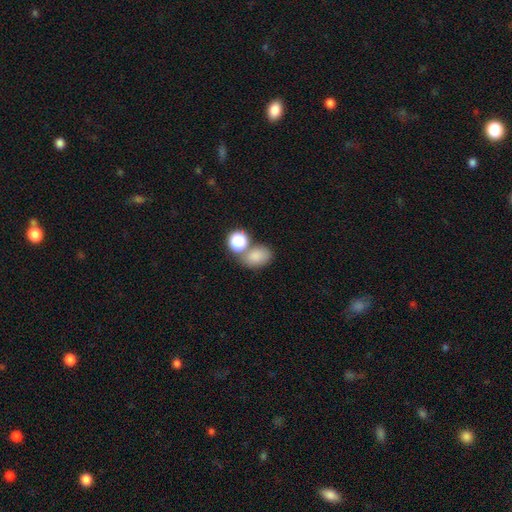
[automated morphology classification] This is likely a smooth galaxy (80%). How rounded: likely in between (67%). Merging: possibly none (53%).